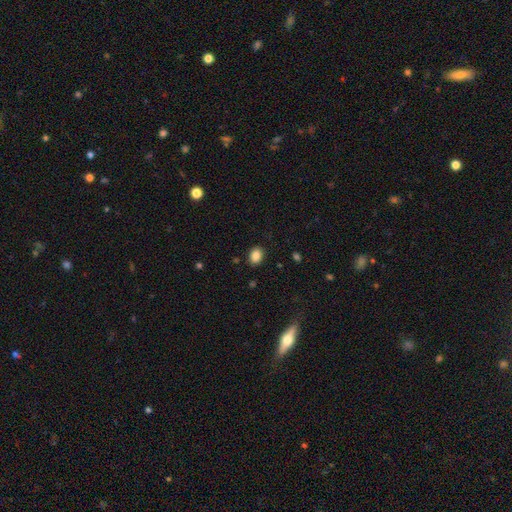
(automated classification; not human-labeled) Smooth or featured?
  - smooth: 86% *
  - star or artifact: 9%
  - featured or disk: 5%
How rounded?
  - in between: 67% *
  - round: 32%
  - cigar-shaped: 1%
Merging?
  - none: 88% *
  - minor disturbance: 9%
  - major disturbance: 2%
  - merger: 1%